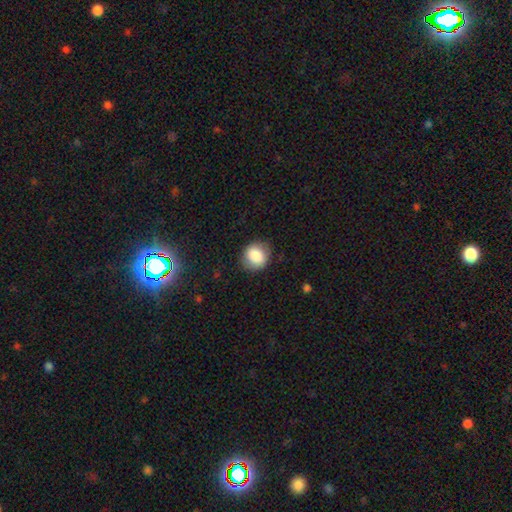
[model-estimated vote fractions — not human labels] Overall: smooth (85%). How rounded: round (79%). Merging: none (81%).